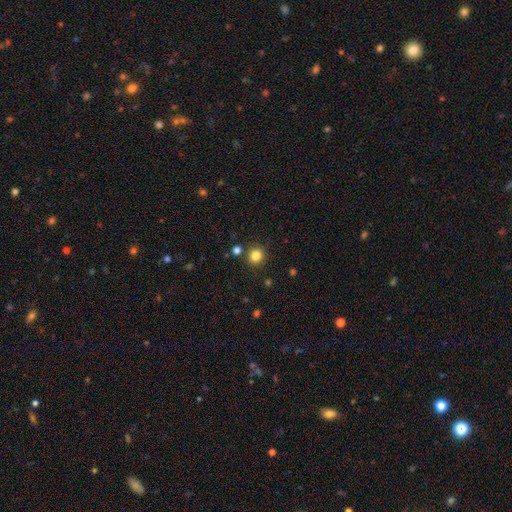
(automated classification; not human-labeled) Smooth or featured?
  - smooth: 82% *
  - star or artifact: 13%
  - featured or disk: 4%
How rounded?
  - round: 92% *
  - in between: 7%
  - cigar-shaped: 1%
Merging?
  - none: 88% *
  - minor disturbance: 6%
  - merger: 4%
  - major disturbance: 2%